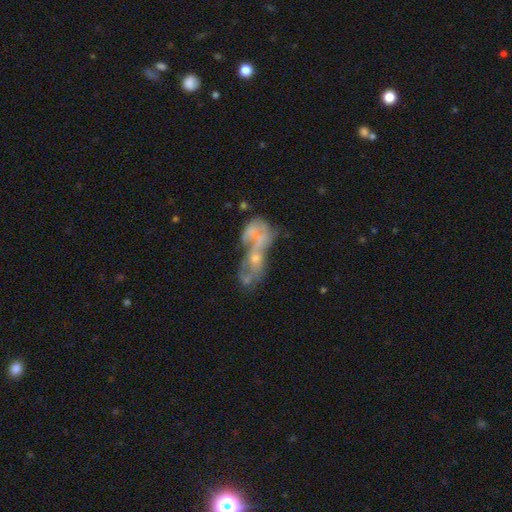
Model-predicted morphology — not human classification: Overall: featured or disk (59%; smooth 26%). Edge-on disk: no (94%). Bar: no (85%). Spiral arms: no (80%). Bulge size: none (44%; small 32%). Merging: merger (56%; major disturbance 20%).